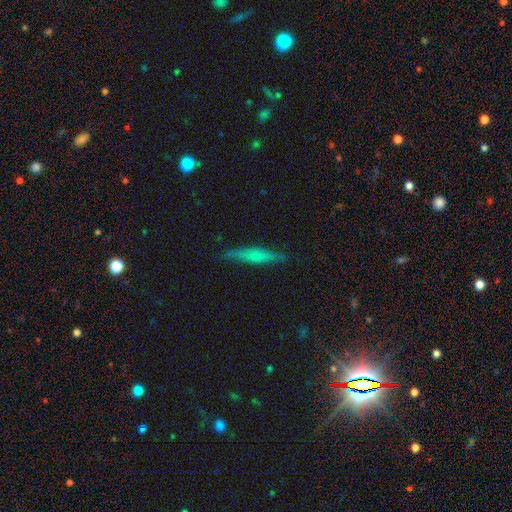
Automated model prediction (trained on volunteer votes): The model was most divided on "smooth or featured": smooth: 54%, featured or disk: 39%, star or artifact: 7%. More confident: how rounded — cigar-shaped (89%); merging — none (83%).